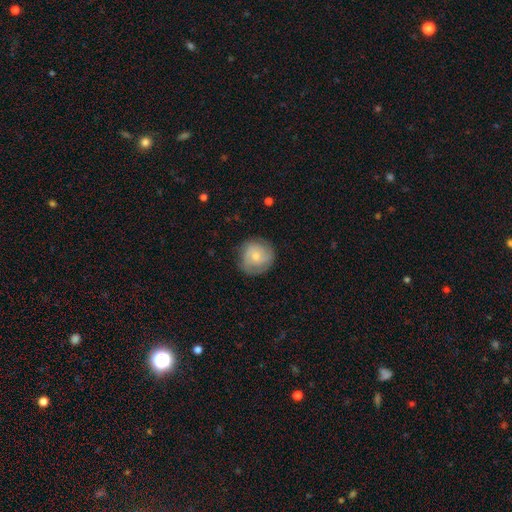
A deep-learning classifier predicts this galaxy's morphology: This is possibly a smooth galaxy (49%). Merging: likely none (79%).